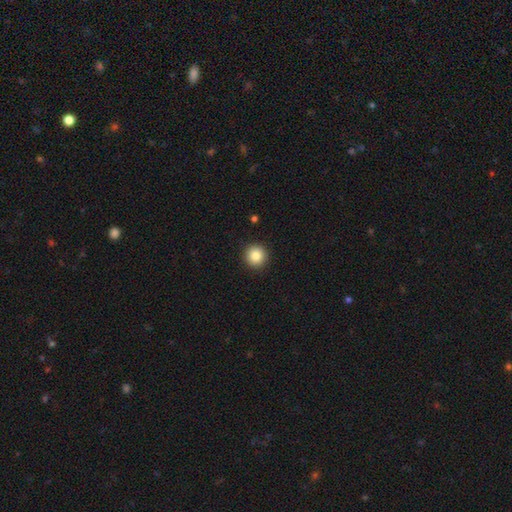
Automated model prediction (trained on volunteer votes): Smooth or featured: smooth — 84% (star or artifact — 10%)
How rounded: round — 95% (in between — 4%)
Merging: none — 93% (minor disturbance — 5%)